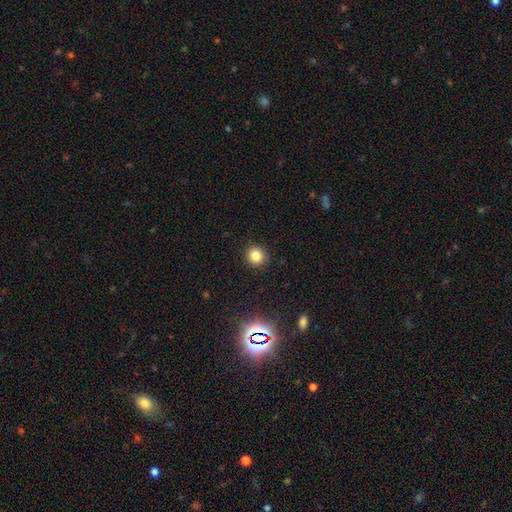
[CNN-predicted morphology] type=smooth (82%); roundness=round (92%); merging=none (91%).